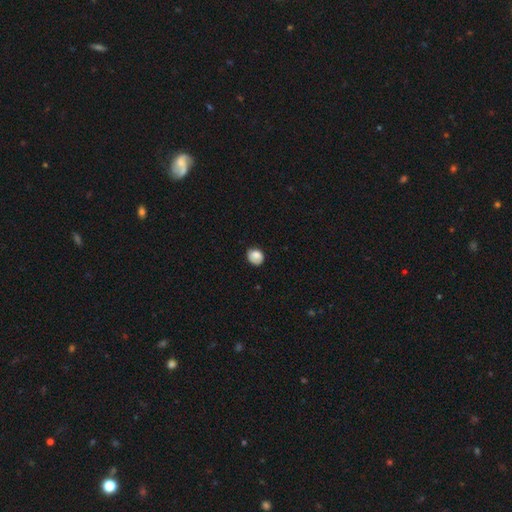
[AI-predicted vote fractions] Smooth or featured? Predicted: smooth (p=0.82). How rounded? Predicted: round (p=0.61). Merging? Predicted: none (p=0.70).